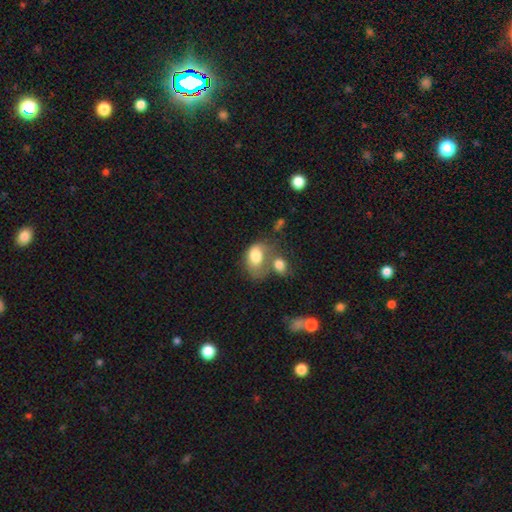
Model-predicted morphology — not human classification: Smooth or featured?
  - smooth: 75% *
  - featured or disk: 18%
  - star or artifact: 7%
How rounded?
  - in between: 82% *
  - round: 17%
  - cigar-shaped: 1%
Merging?
  - merger: 50% *
  - none: 18%
  - major disturbance: 18%
  - minor disturbance: 15%